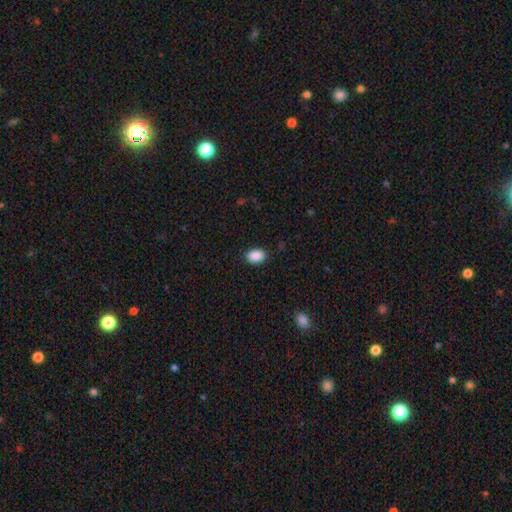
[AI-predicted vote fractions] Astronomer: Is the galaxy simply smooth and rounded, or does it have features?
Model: smooth — 90%.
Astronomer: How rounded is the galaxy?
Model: in between — 83%.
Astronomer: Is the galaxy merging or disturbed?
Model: none — 88%.